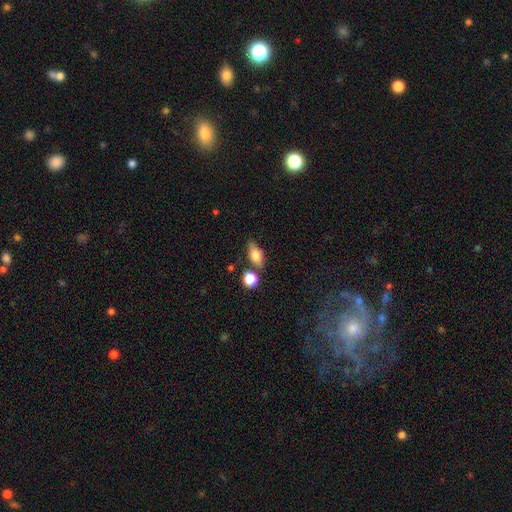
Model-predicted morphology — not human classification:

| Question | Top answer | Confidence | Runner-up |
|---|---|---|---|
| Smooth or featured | smooth | 66% | featured or disk (25%) |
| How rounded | in between | 74% | cigar-shaped (14%) |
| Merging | none | 70% | minor disturbance (17%) |